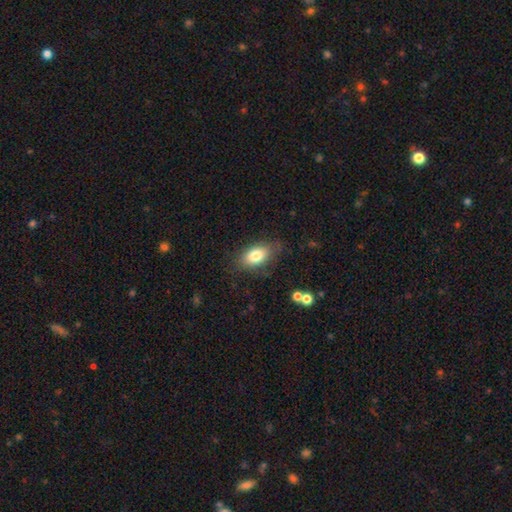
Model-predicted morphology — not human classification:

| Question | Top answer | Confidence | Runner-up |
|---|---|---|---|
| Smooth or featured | smooth | 79% | featured or disk (13%) |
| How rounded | in between | 89% | round (8%) |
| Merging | none | 75% | minor disturbance (18%) |